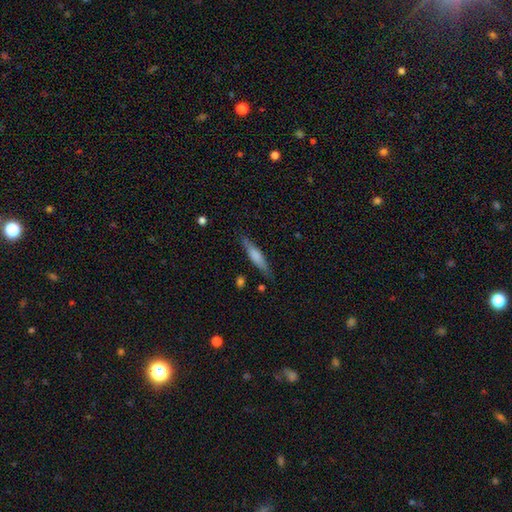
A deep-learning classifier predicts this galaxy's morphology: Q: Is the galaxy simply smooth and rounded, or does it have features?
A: smooth — 61%.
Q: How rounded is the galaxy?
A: cigar-shaped — 84%.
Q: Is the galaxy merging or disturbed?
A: none — 83%.